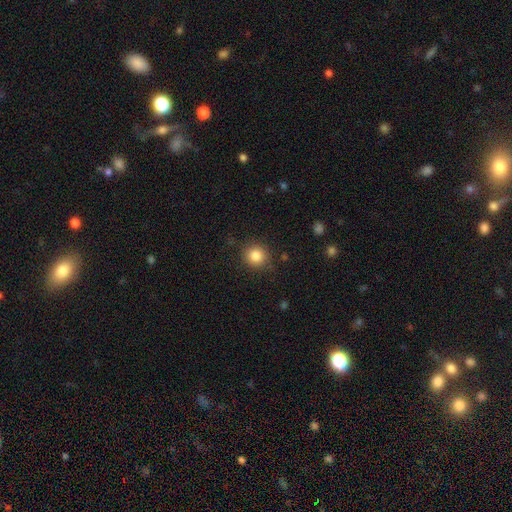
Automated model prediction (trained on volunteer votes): Smooth or featured? smooth (84%)
How rounded? round (89%)
Merging? none (86%)